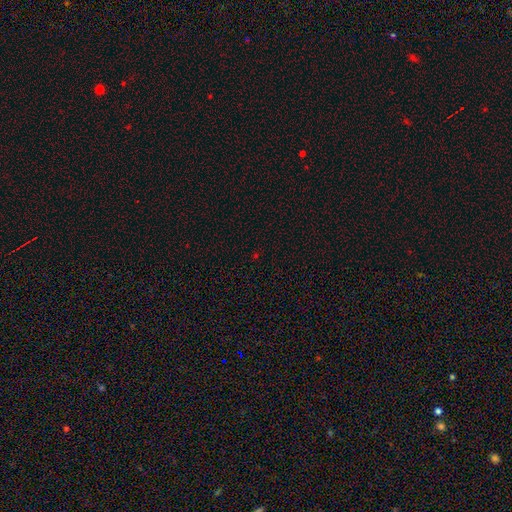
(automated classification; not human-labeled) smooth-or-featured: star or artifact: 63% | smooth: 31% | featured or disk: 7%